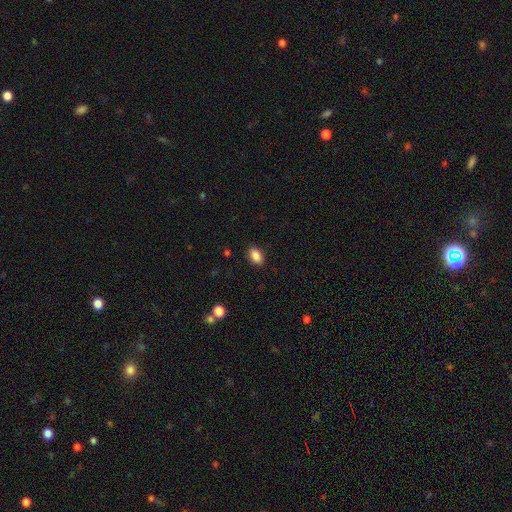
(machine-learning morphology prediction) A smooth galaxy with no disk features (87%) that is in between round and cigar-shaped (89%). Merging: none (88%).